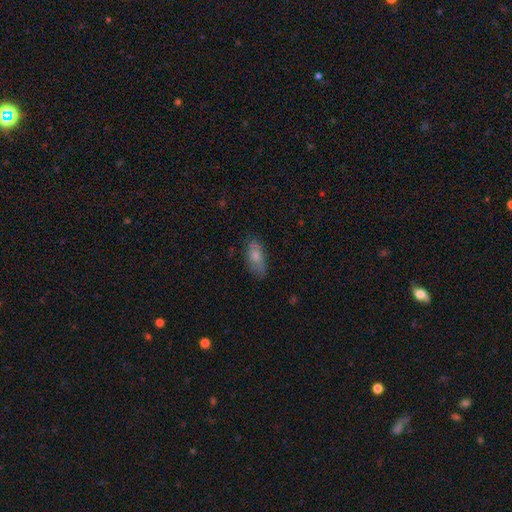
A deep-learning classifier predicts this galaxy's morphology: smooth-or-featured: smooth: 74% | featured or disk: 18% | star or artifact: 8%
  how-rounded: in between: 78% | cigar-shaped: 19% | round: 3%
  merging: none: 72% | minor disturbance: 21% | major disturbance: 6% | merger: 2%